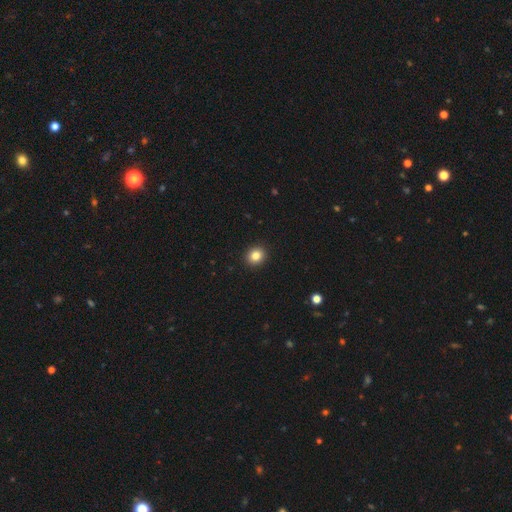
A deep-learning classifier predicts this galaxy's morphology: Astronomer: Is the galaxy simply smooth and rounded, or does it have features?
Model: smooth — 84%.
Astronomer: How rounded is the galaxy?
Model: round — 84%.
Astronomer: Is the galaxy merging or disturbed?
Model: none — 93%.